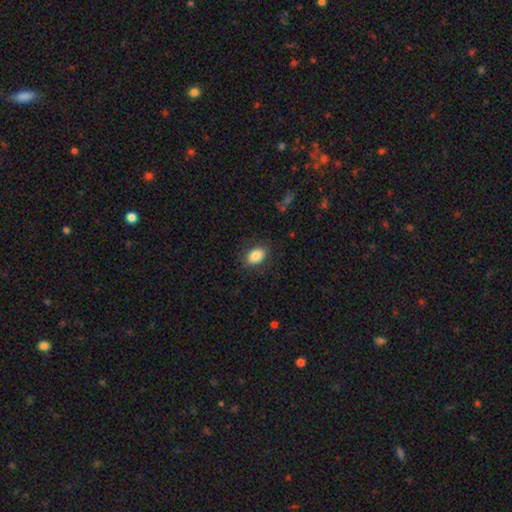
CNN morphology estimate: This appears to be a smooth galaxy with no disk features (84%) that is in between round and cigar-shaped (80%). Merging: none (83%).